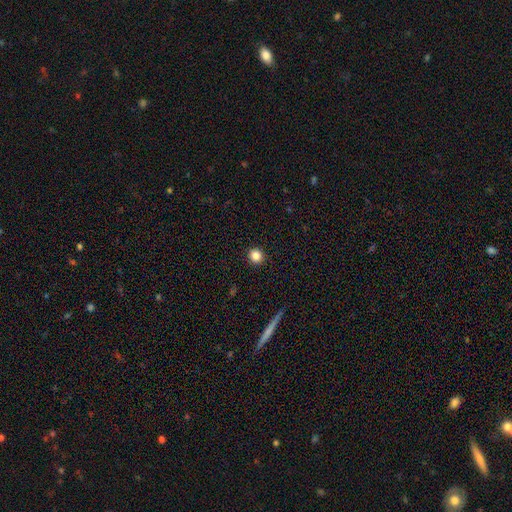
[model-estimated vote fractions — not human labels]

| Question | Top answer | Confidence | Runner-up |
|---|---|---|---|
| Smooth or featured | smooth | 85% | star or artifact (11%) |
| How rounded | round | 93% | in between (6%) |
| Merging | none | 93% | minor disturbance (5%) |